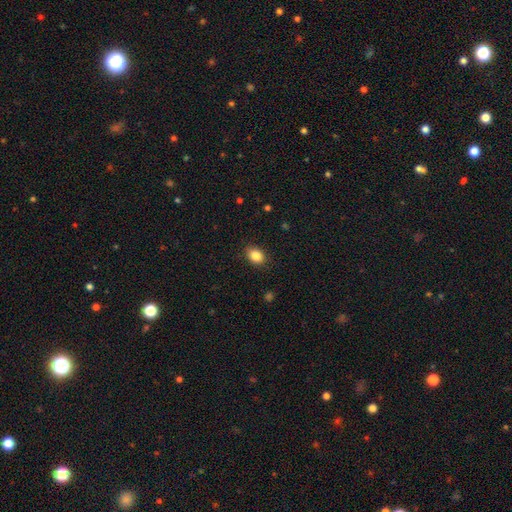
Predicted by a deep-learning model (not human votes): Morphology: type=smooth (86%); roundness=in between (73%); merging=none (87%).